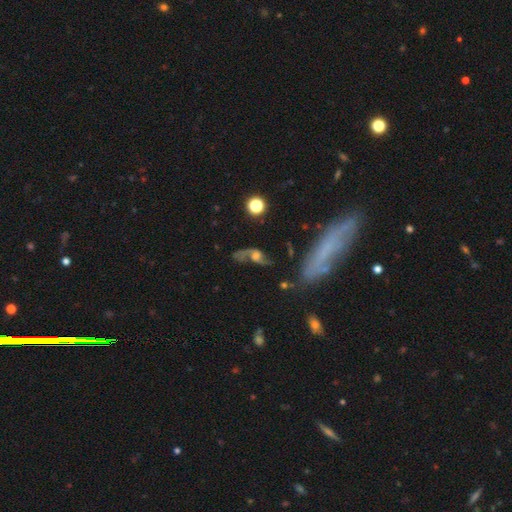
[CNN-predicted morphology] Overall: featured or disk (75%). Edge-on disk: no (91%). Bar: no (65%; weak 28%). Spiral arms: yes (90%). Spiral arm count: 2 (87%). Spiral winding: loose (80%). Bulge size: moderate (51%; small 22%). Merging: none (50%; major disturbance 23%).